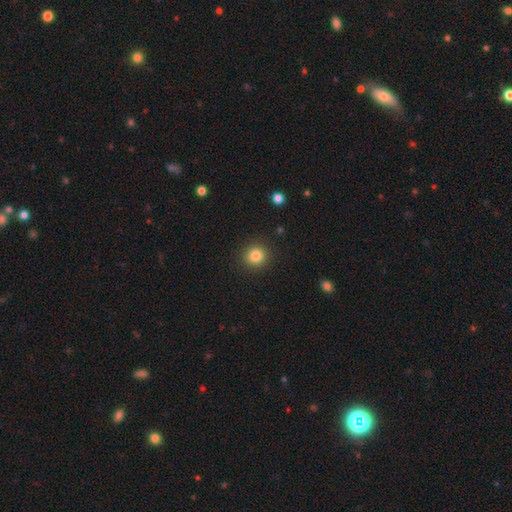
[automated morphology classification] Smooth or featured: smooth — 84% (star or artifact — 11%)
How rounded: round — 91% (in between — 8%)
Merging: none — 91% (minor disturbance — 6%)